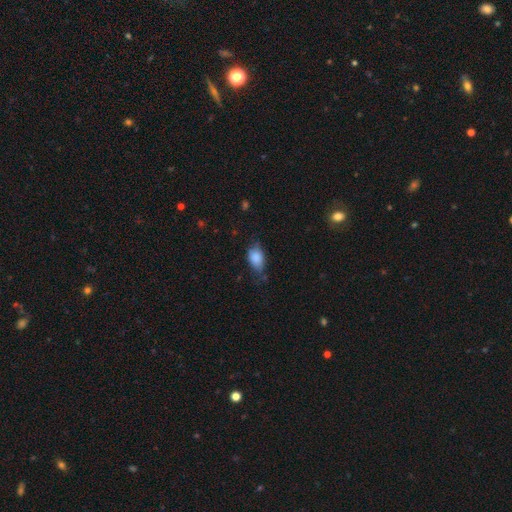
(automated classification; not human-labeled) smooth_or_featured: smooth (p=0.83) [alt: featured or disk p=0.09]
how_rounded: in between (p=0.85) [alt: round p=0.12]
merging: none (p=0.53) [alt: minor disturbance p=0.35]